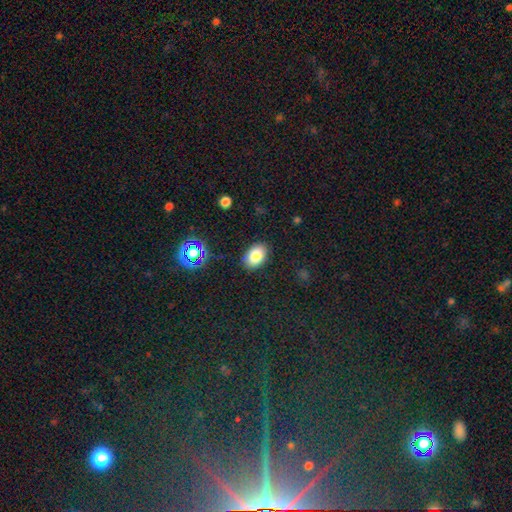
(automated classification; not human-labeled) Morphology: type=smooth (84%); roundness=in between (88%); merging=none (87%).